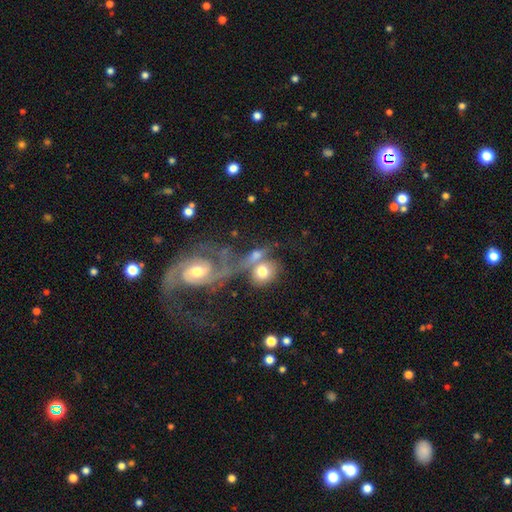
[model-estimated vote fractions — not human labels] Morphology: type=smooth (51%); roundness=in between (53%); merging=merger (51%).